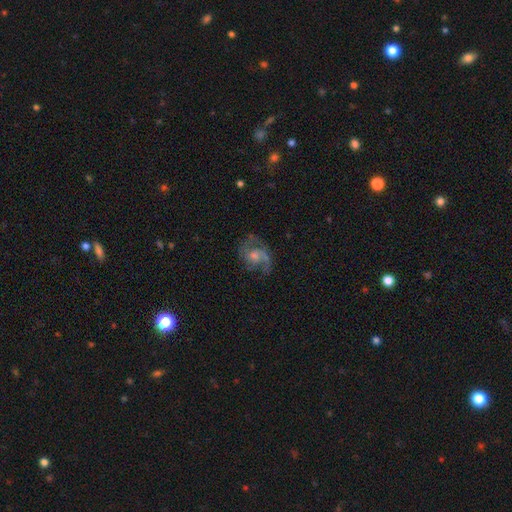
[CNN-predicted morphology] This is likely a featured or disk galaxy (80%). It is clearly not viewed edge-on (98%). Bar: likely no (69%). Spiral arm pattern: clearly yes (93%). Spiral arm count: likely 2 (62%). Spiral winding: possibly medium (51%). Central bulge: possibly moderate (46%). Merging: likely none (60%).